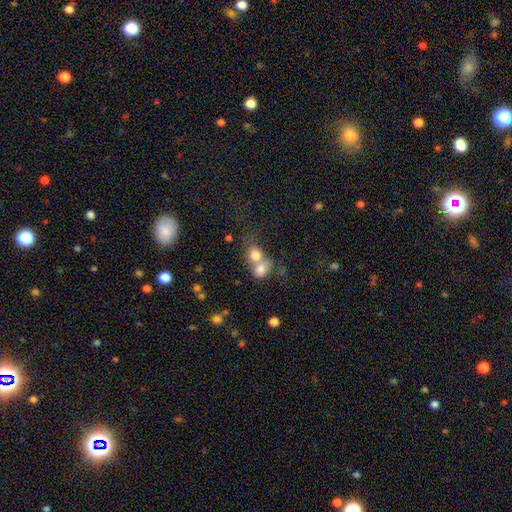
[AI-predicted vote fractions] A smooth galaxy with no disk features (74%) that is round (65%). Merging: merger (71%).